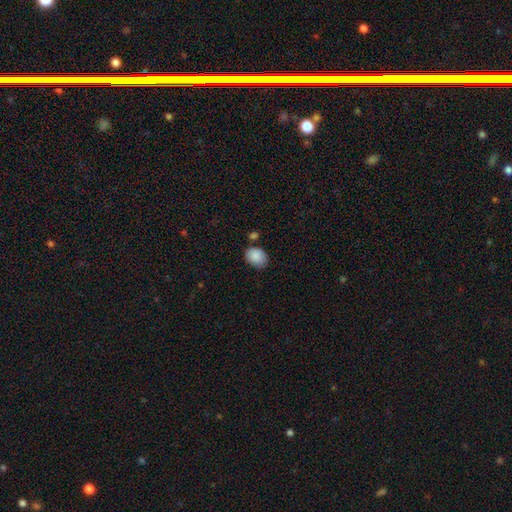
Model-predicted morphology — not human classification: A smooth galaxy with no disk features (89%) that is in between round and cigar-shaped (66%).

Vote fractions:
- Smooth or featured? smooth: 89% / star or artifact: 7% / featured or disk: 4%
- How rounded? in between: 66% / round: 33% / cigar-shaped: 1%
- Merging? none: 73% / minor disturbance: 17% / merger: 6% / major disturbance: 4%